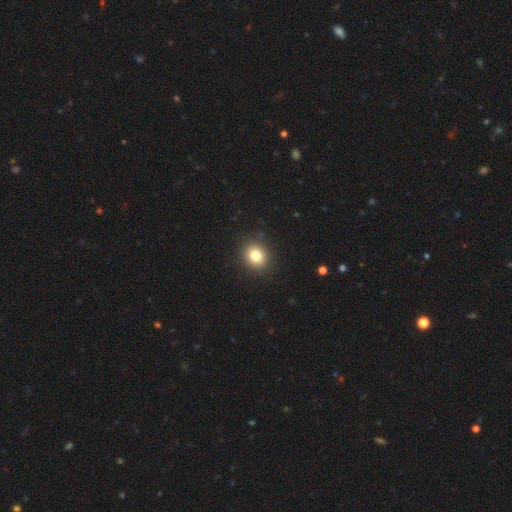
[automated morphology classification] smooth_or_featured: smooth (p=0.81) [alt: star or artifact p=0.11]
how_rounded: round (p=0.79) [alt: in between p=0.21]
merging: none (p=0.90) [alt: minor disturbance p=0.06]